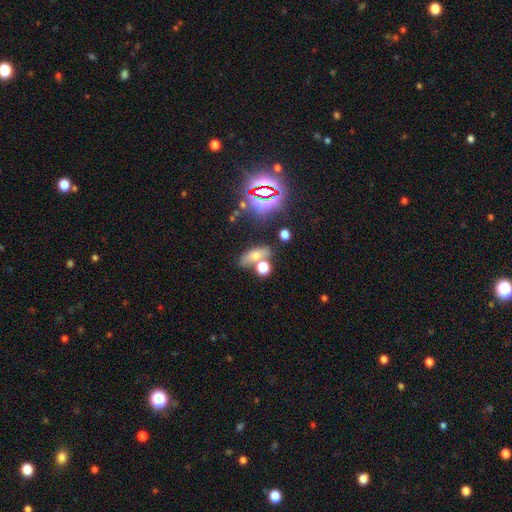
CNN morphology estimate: The model was most divided on "smooth or featured": smooth: 49%, star or artifact: 31%, featured or disk: 20%. More confident: merging — none (59%).